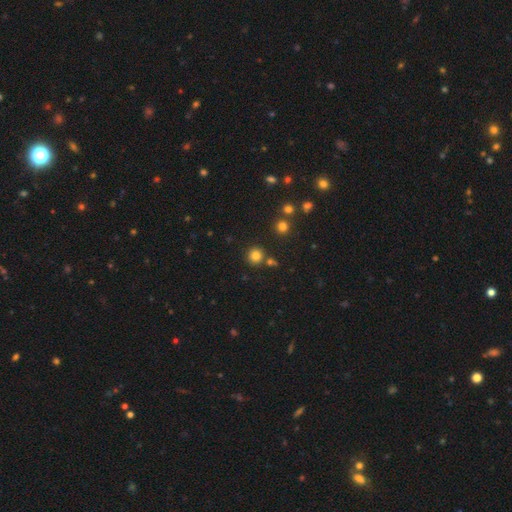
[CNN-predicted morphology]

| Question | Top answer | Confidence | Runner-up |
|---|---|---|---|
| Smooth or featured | smooth | 81% | star or artifact (14%) |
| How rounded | round | 94% | in between (5%) |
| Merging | none | 84% | merger (7%) |